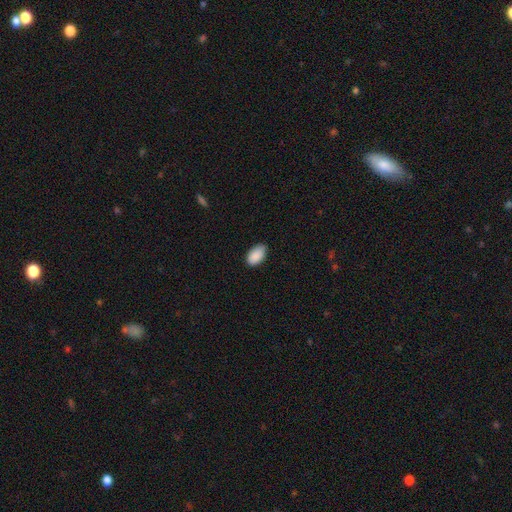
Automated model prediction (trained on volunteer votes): A smooth galaxy with no disk features (90%) that is in between round and cigar-shaped (94%). Merging: none (77%).